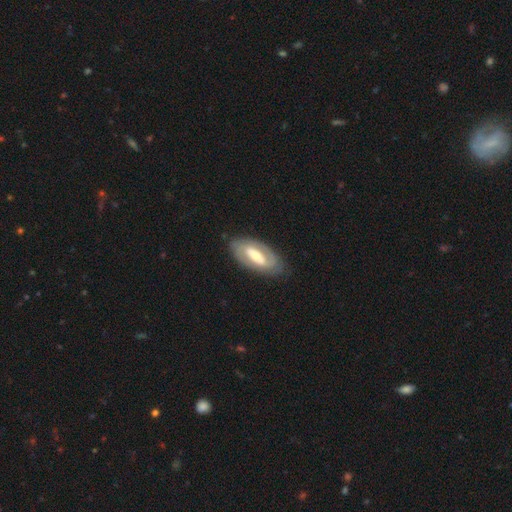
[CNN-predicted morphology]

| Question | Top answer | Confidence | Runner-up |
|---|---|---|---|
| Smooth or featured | featured or disk | 71% | smooth (24%) |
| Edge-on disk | no | 92% | yes (8%) |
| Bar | strong | 47% | weak (34%) |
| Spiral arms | yes | 71% | no (29%) |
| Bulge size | moderate | 52% | small (29%) |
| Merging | none | 81% | minor disturbance (13%) |